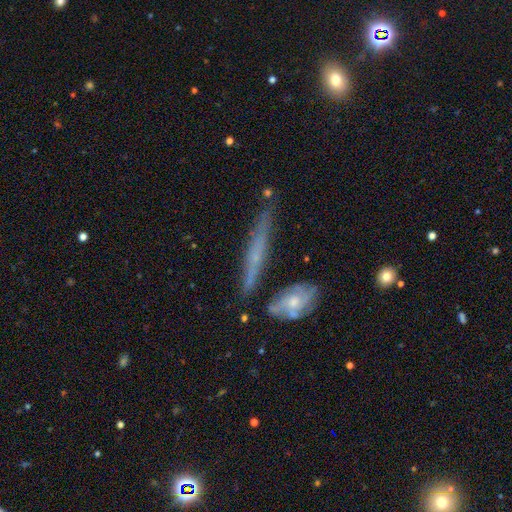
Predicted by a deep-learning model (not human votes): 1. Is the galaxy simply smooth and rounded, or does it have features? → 55% featured or disk, 35% smooth, 10% star or artifact.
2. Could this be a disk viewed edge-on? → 87% yes, 13% no.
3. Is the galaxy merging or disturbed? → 76% none, 14% minor disturbance, 7% merger, 3% major disturbance.